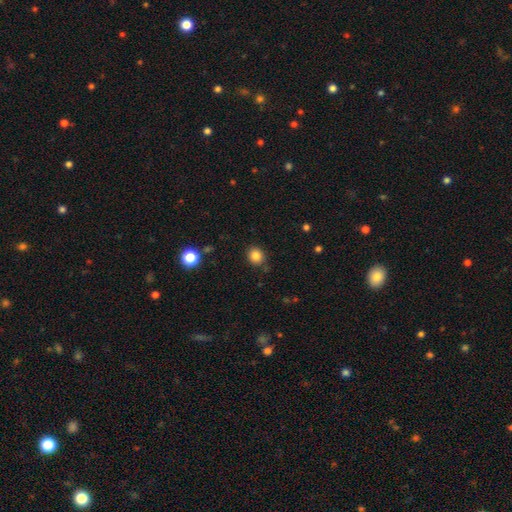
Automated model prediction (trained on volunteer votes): smooth-or-featured: smooth: 84% | star or artifact: 12% | featured or disk: 5%
  how-rounded: round: 75% | in between: 24% | cigar-shaped: 1%
  merging: none: 84% | minor disturbance: 11% | major disturbance: 3% | merger: 2%